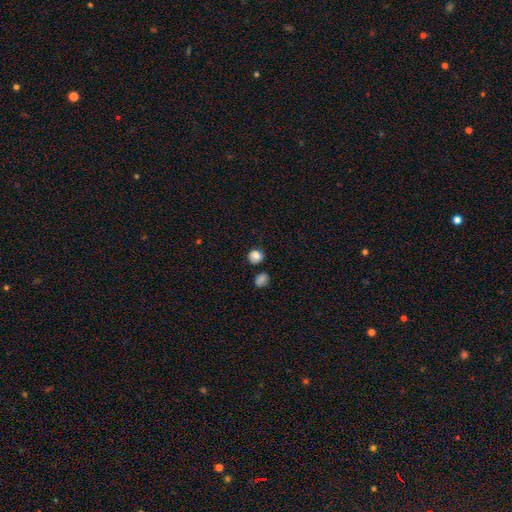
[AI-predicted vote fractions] A smooth galaxy with no disk features (83%) that is round (80%). Merging: none (73%).